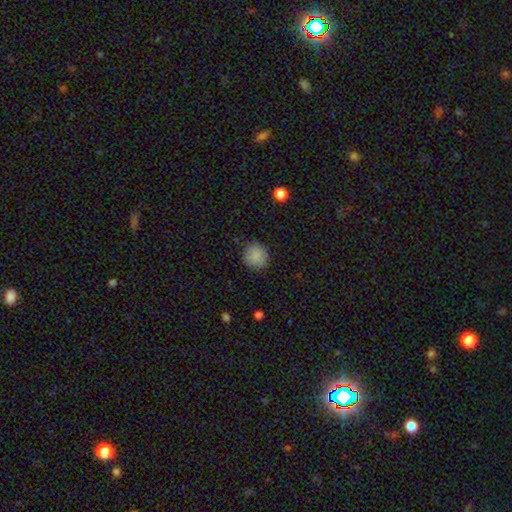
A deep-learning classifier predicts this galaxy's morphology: Smooth or featured?
  - smooth: 82% *
  - featured or disk: 10%
  - star or artifact: 8%
How rounded?
  - round: 92% *
  - in between: 7%
  - cigar-shaped: 1%
Merging?
  - none: 86% *
  - minor disturbance: 10%
  - major disturbance: 2%
  - merger: 1%